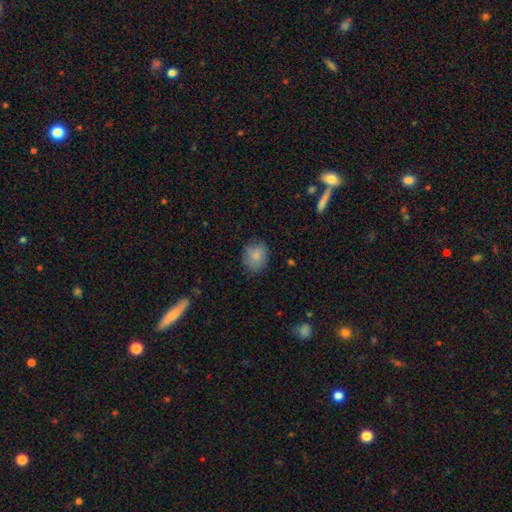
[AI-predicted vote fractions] Overall: smooth (83%). How rounded: round (58%; in between 41%). Merging: none (77%).